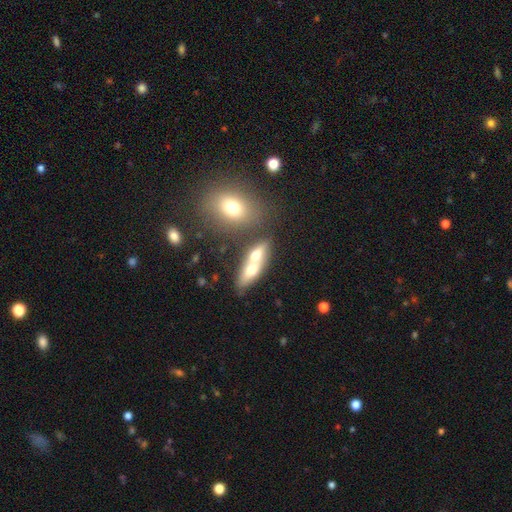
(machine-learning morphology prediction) The model was most divided on "smooth or featured": smooth: 58%, featured or disk: 33%, star or artifact: 9%. More confident: merging — merger (64%); how rounded — in between (64%).